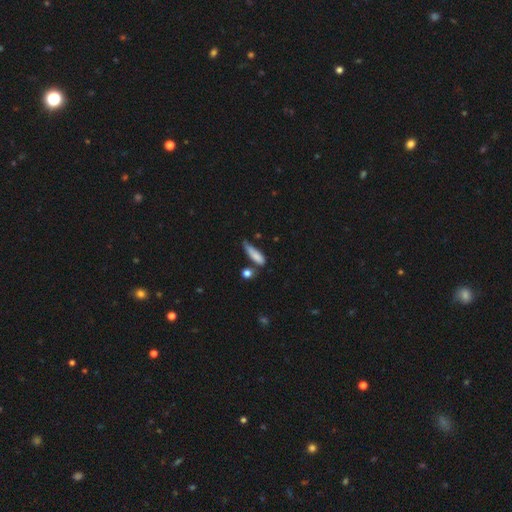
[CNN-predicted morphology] Overall: smooth (79%). How rounded: cigar-shaped (61%; in between 36%). Merging: none (41%; minor disturbance 37%).